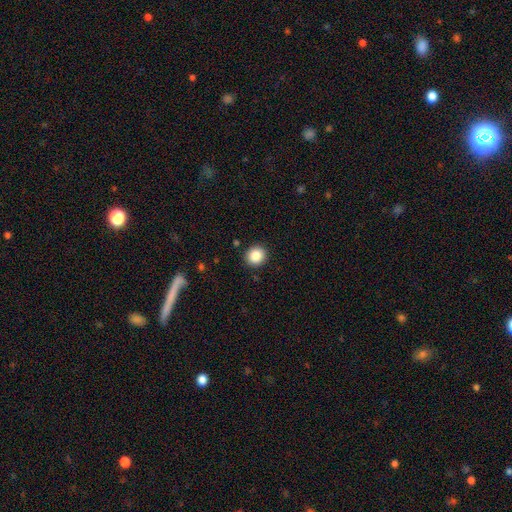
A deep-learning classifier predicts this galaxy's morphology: Q: Smooth or featured?
A: smooth (85%); runner-up: star or artifact (10%)
Q: How rounded?
A: round (89%); runner-up: in between (11%)
Q: Merging?
A: none (91%); runner-up: minor disturbance (6%)